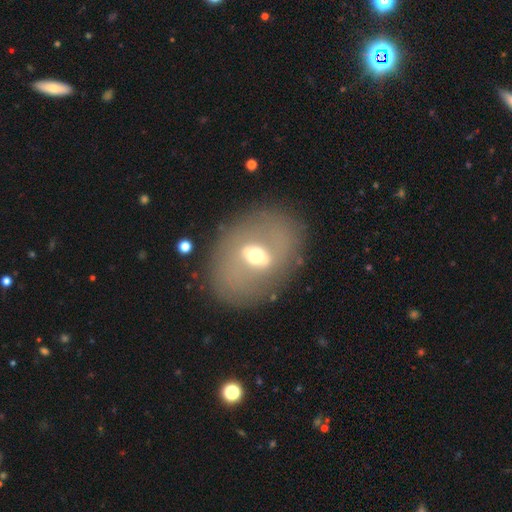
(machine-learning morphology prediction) Smooth or featured? Predicted: featured or disk (p=0.58). Edge-on disk? Predicted: no (p=0.83). Merging? Predicted: none (p=0.79).